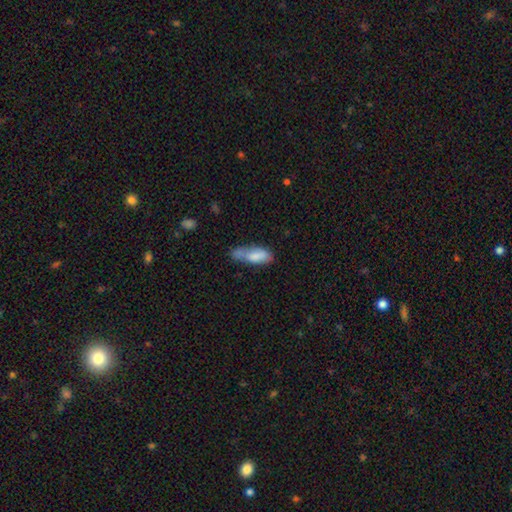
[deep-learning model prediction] A smooth galaxy with no disk features (77%) that is in between round and cigar-shaped (63%).

Vote fractions:
- Smooth or featured? smooth: 77% / featured or disk: 16% / star or artifact: 7%
- How rounded? in between: 63% / cigar-shaped: 35% / round: 2%
- Merging? none: 37% / minor disturbance: 33% / merger: 16% / major disturbance: 14%